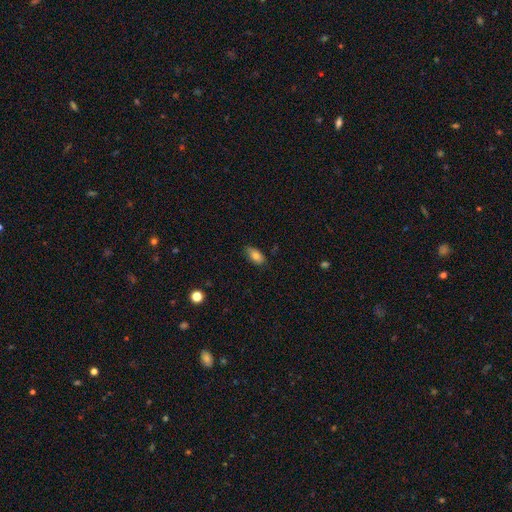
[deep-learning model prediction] A smooth galaxy with no disk features (80%) that is in between round and cigar-shaped (91%). Merging: none (80%).